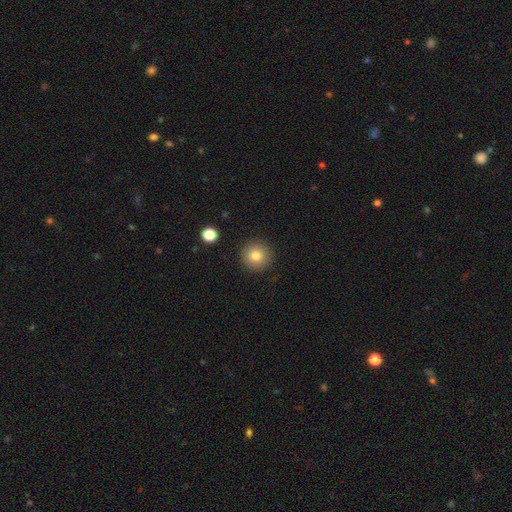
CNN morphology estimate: This is likely a smooth galaxy (79%). How rounded: clearly round (95%). Merging: clearly none (91%).